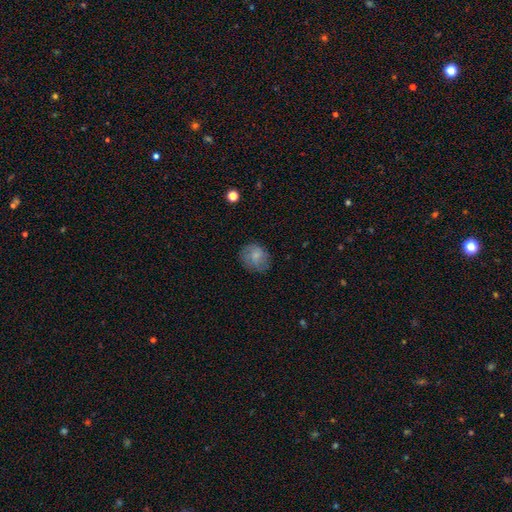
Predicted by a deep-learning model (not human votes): Overall: smooth (78%). How rounded: round (73%). Merging: none (76%).